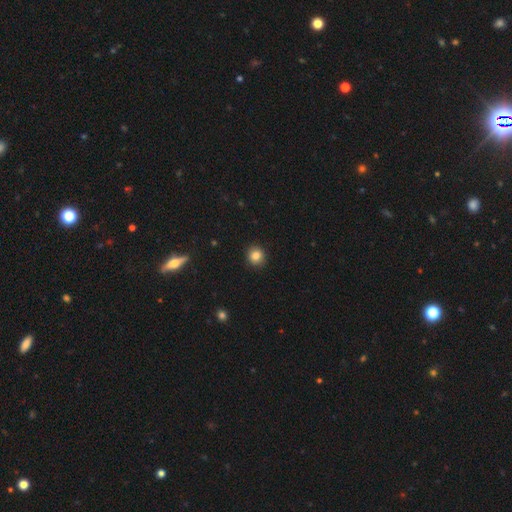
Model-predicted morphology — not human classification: Smooth or featured? Predicted: smooth (p=0.84). How rounded? Predicted: round (p=0.89). Merging? Predicted: none (p=0.91).